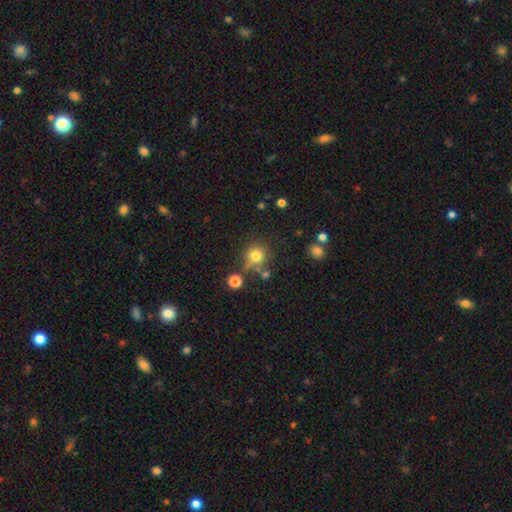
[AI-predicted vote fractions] This appears to be a smooth galaxy with no disk features (75%) that is round (92%). Merging: none (70%).